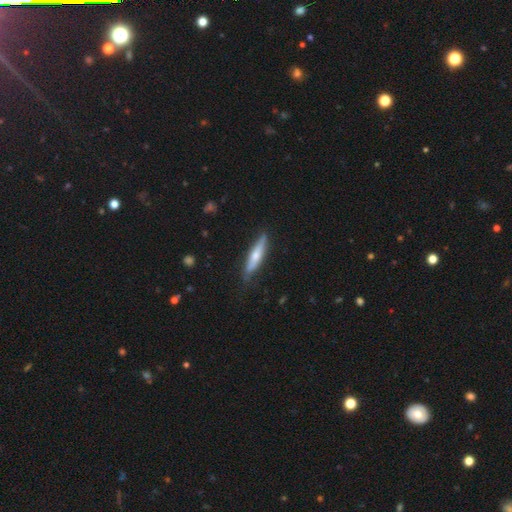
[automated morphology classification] type=smooth (55%); roundness=cigar-shaped (84%); merging=none (83%).